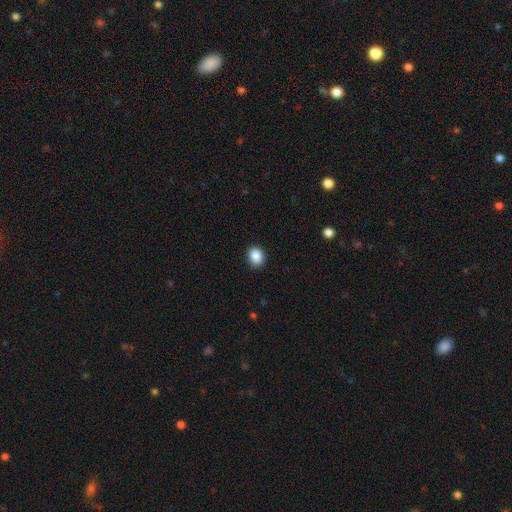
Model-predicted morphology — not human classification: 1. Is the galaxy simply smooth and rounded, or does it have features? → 88% smooth, 9% star or artifact, 3% featured or disk.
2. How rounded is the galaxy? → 61% round, 38% in between, 1% cigar-shaped.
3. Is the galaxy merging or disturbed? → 90% none, 7% minor disturbance, 2% major disturbance, 1% merger.